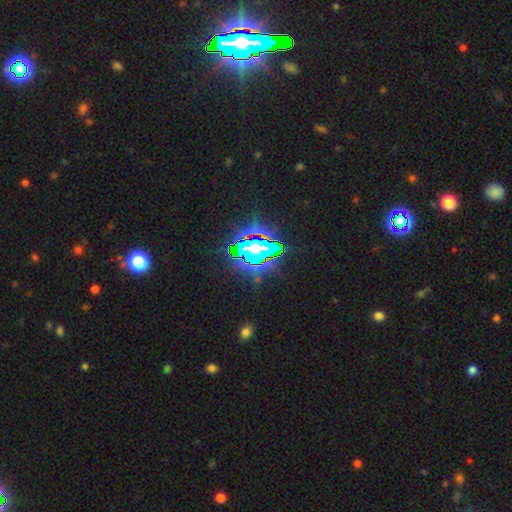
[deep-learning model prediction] Morphology: type=star or artifact (80%).